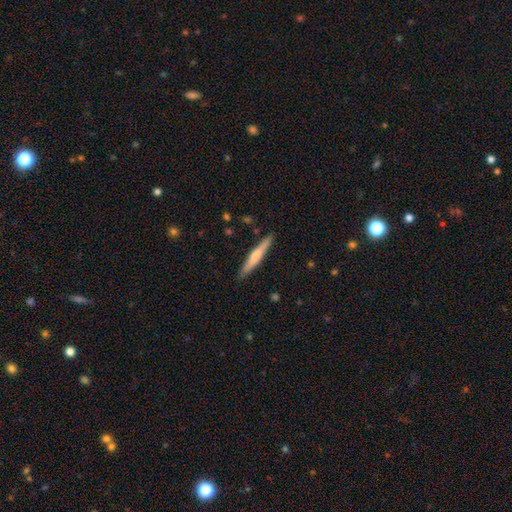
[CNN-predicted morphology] smooth_or_featured: smooth (p=0.53) [alt: featured or disk p=0.42]
how_rounded: cigar-shaped (p=0.95) [alt: in between p=0.04]
merging: none (p=0.89) [alt: minor disturbance p=0.08]